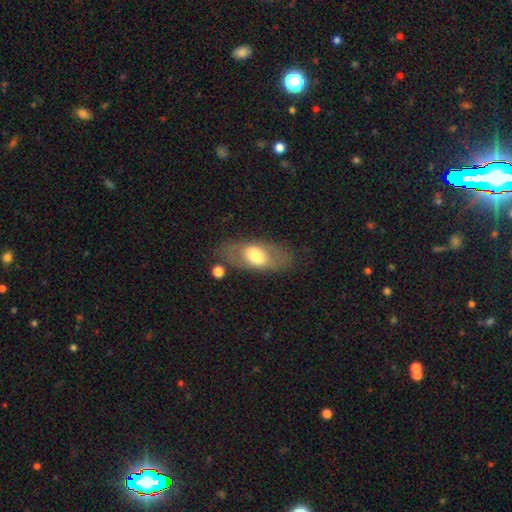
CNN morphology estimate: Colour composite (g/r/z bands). It shows a smooth galaxy with no disk features (59%) that is in between round and cigar-shaped (86%). Merging: none (74%).